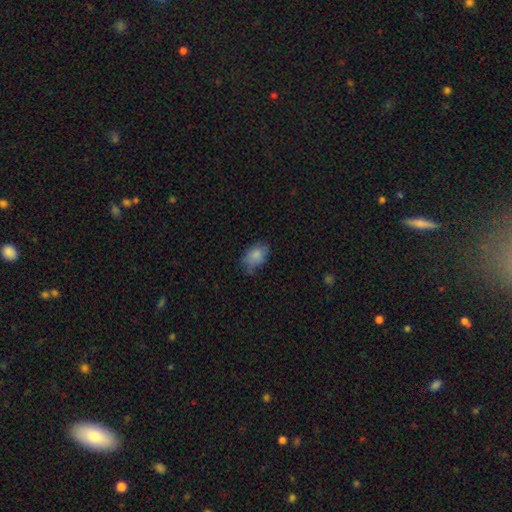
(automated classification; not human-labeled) This appears to be a smooth galaxy with no disk features (84%) that is in between round and cigar-shaped (87%). Merging: none (62%).